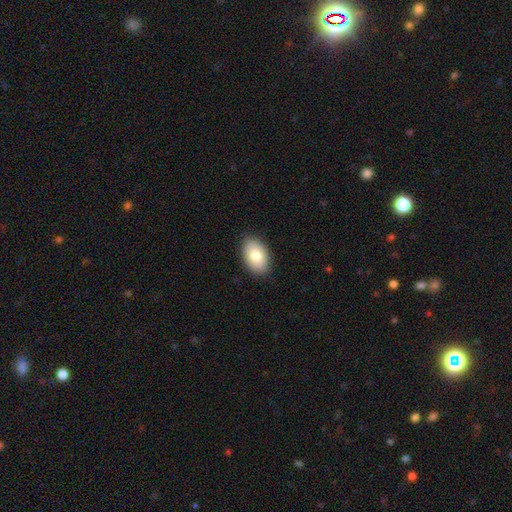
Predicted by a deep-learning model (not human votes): A smooth galaxy with no disk features (80%) that is in between round and cigar-shaped (89%).

Vote fractions:
- Smooth or featured? smooth: 80% / featured or disk: 13% / star or artifact: 7%
- How rounded? in between: 89% / round: 10% / cigar-shaped: 1%
- Merging? none: 88% / minor disturbance: 10% / major disturbance: 2% / merger: 1%